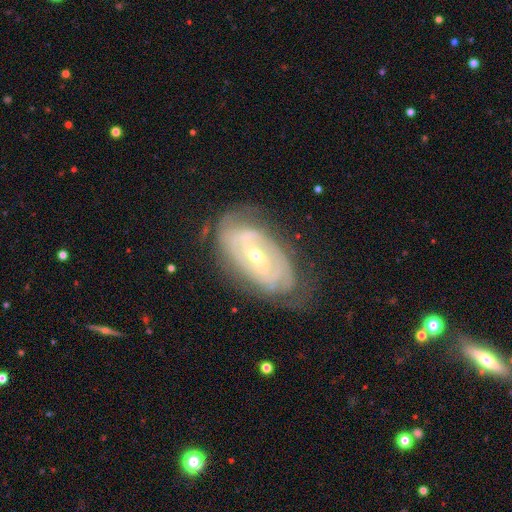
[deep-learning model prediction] The model was most divided on "spiral arm count": can't tell: 42%, 2: 32%, 3: 11%, 4: 7%, 1: 4%, more than 4: 4%. Remaining: edge-on disk — no (94%); spiral arms — yes (90%); smooth or featured — featured or disk (85%); spiral winding — tight (72%); merging — none (70%); bulge size — small (59%); bar — weak (42%).